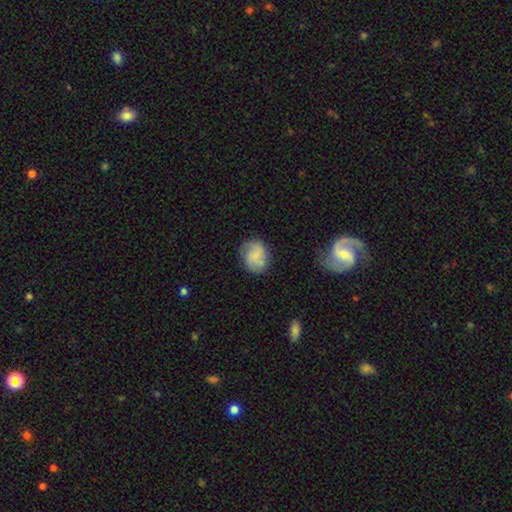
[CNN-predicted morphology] A smooth galaxy with no disk features (53%) that is round (65%).

Vote fractions:
- Smooth or featured? smooth: 53% / featured or disk: 39% / star or artifact: 8%
- How rounded? round: 65% / in between: 34% / cigar-shaped: 1%
- Merging? none: 72% / minor disturbance: 19% / major disturbance: 7% / merger: 3%